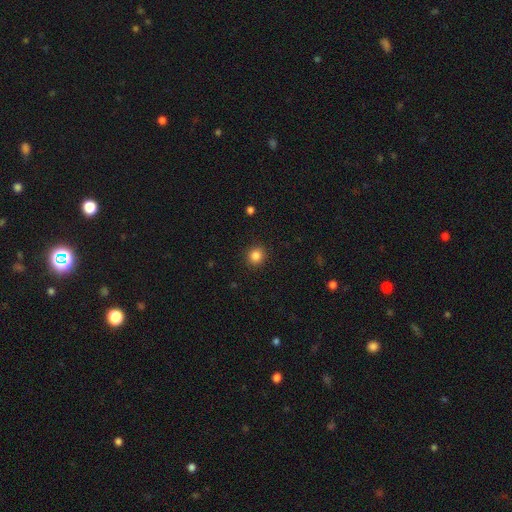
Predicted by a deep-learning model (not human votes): Overall: smooth (85%). How rounded: round (88%). Merging: none (91%).